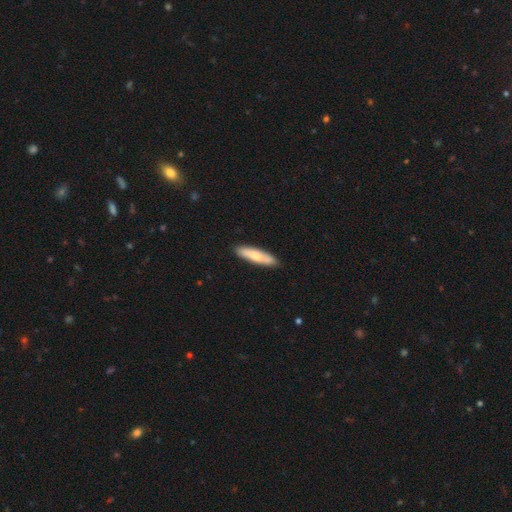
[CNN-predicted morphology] A smooth galaxy with no disk features (70%) that is cigar-shaped (75%). Merging: none (84%).